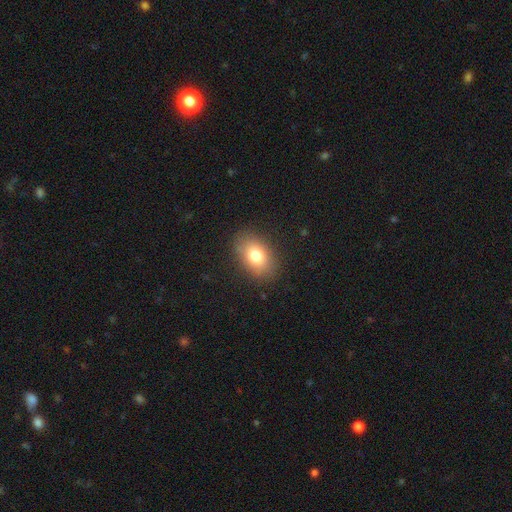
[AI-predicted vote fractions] Smooth or featured: smooth — 79% (featured or disk — 12%)
How rounded: in between — 83% (round — 16%)
Merging: none — 84% (minor disturbance — 11%)